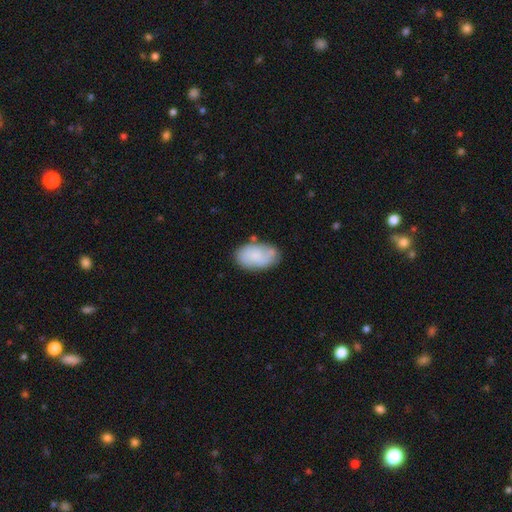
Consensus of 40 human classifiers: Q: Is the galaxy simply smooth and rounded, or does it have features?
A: smooth — 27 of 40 (68%).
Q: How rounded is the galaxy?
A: in between — 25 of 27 (93%).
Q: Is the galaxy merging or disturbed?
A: none — 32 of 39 (82%).